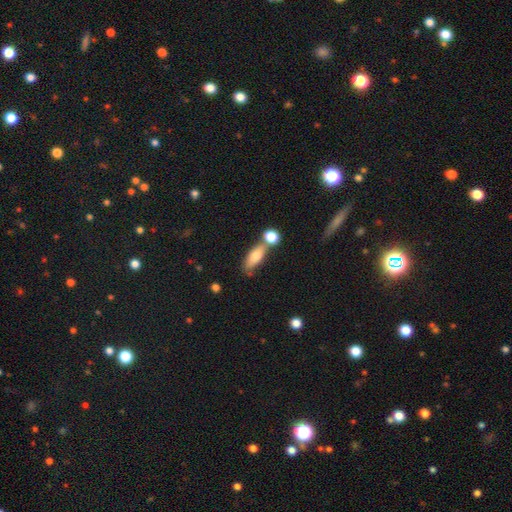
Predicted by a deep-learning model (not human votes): Smooth or featured? Predicted: smooth (p=0.72). How rounded? Predicted: in between (p=0.64). Merging? Predicted: none (p=0.54).